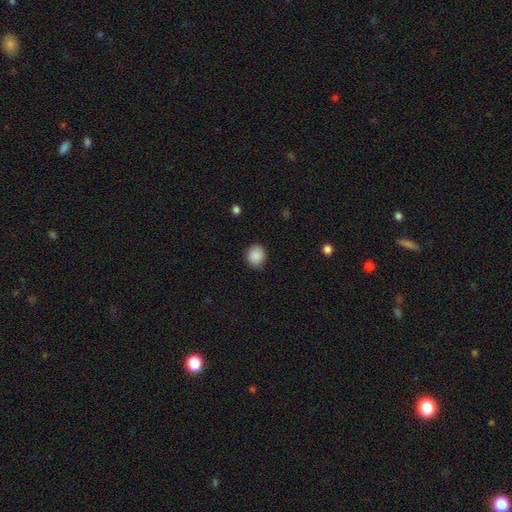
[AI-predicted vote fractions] A smooth galaxy with no disk features (89%) that is round (75%).

Vote fractions:
- Smooth or featured? smooth: 89% / star or artifact: 8% / featured or disk: 3%
- How rounded? round: 75% / in between: 24% / cigar-shaped: 1%
- Merging? none: 84% / minor disturbance: 12% / major disturbance: 3% / merger: 1%